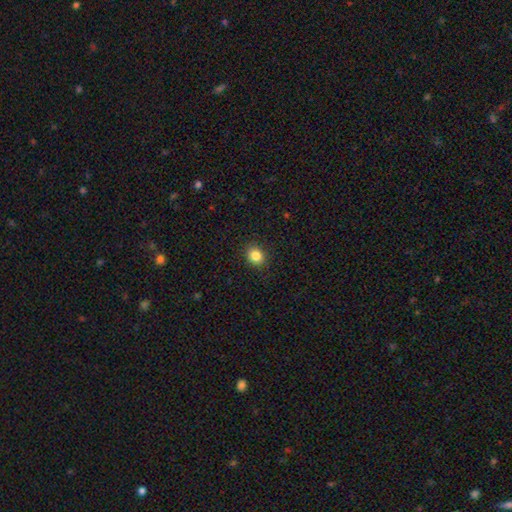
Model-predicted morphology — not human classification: Smooth or featured?
  - smooth: 84% *
  - star or artifact: 11%
  - featured or disk: 5%
How rounded?
  - round: 67% *
  - in between: 32%
  - cigar-shaped: 1%
Merging?
  - none: 90% *
  - minor disturbance: 7%
  - major disturbance: 2%
  - merger: 1%